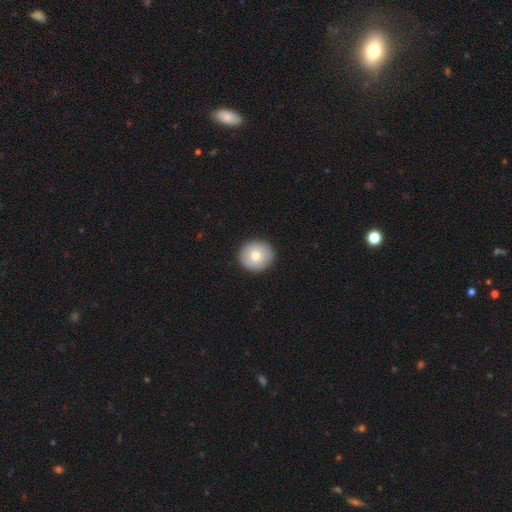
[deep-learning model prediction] Q: Smooth or featured?
A: smooth (77%); runner-up: featured or disk (16%)
Q: How rounded?
A: round (90%); runner-up: in between (9%)
Q: Merging?
A: none (92%); runner-up: minor disturbance (6%)